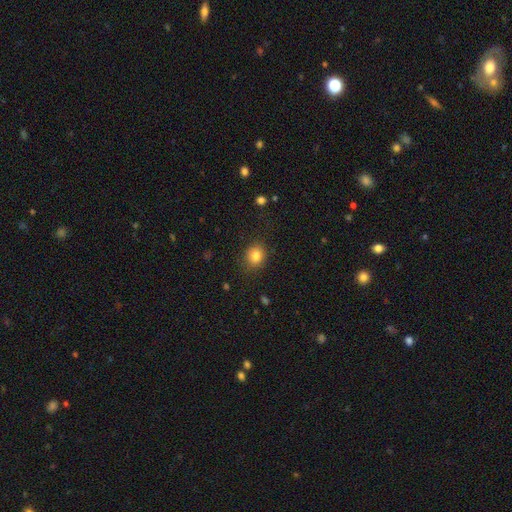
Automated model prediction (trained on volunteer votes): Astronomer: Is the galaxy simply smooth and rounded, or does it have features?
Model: smooth — 83%.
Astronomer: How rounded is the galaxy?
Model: round — 70%.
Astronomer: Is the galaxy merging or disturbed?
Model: none — 84%.